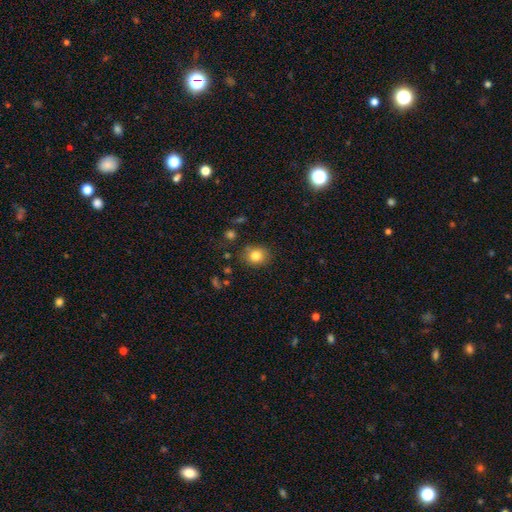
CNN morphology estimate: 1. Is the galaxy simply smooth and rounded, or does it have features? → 82% smooth, 11% star or artifact, 7% featured or disk.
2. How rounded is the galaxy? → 70% round, 29% in between, 1% cigar-shaped.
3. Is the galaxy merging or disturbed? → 82% none, 12% minor disturbance, 3% major disturbance, 3% merger.